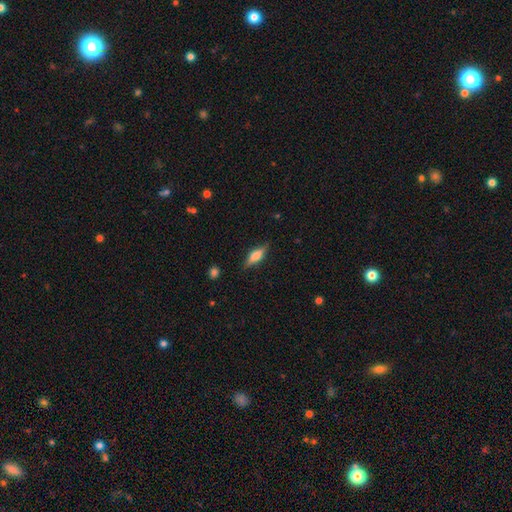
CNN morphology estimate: Smooth or featured?
  - smooth: 52% *
  - featured or disk: 41%
  - star or artifact: 8%
How rounded?
  - in between: 52% *
  - cigar-shaped: 45%
  - round: 3%
Merging?
  - none: 83% *
  - minor disturbance: 13%
  - major disturbance: 3%
  - merger: 1%